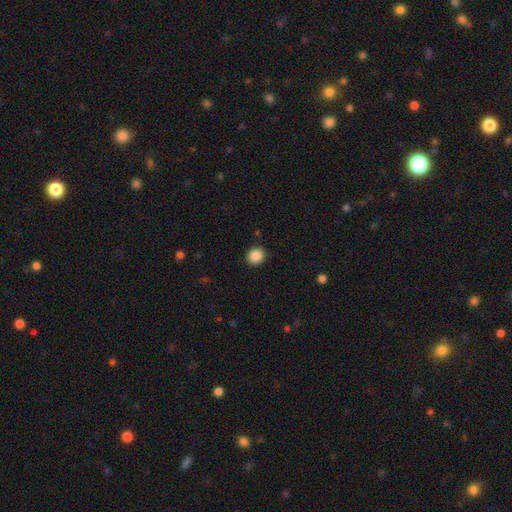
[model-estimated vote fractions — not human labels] Overall: smooth (88%). How rounded: round (75%). Merging: none (91%).